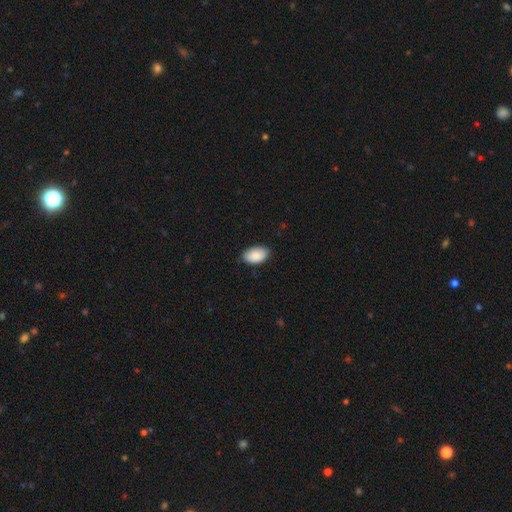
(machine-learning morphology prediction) Smooth or featured?
  - smooth: 88% *
  - star or artifact: 6%
  - featured or disk: 6%
How rounded?
  - in between: 94% *
  - round: 5%
  - cigar-shaped: 1%
Merging?
  - none: 83% *
  - minor disturbance: 14%
  - major disturbance: 2%
  - merger: 1%